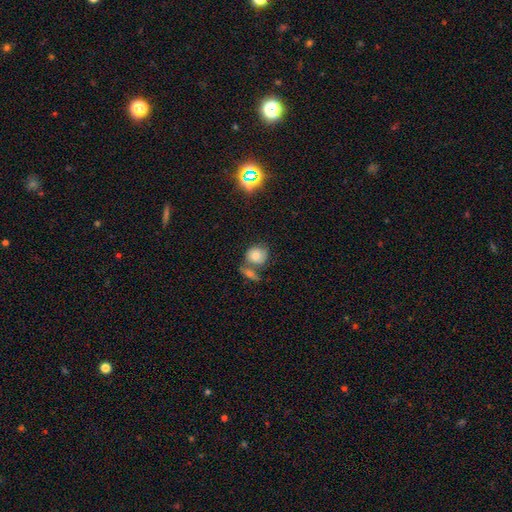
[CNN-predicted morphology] This appears to be a smooth galaxy with no disk features (72%) that is round (76%). Merging: none (46%).